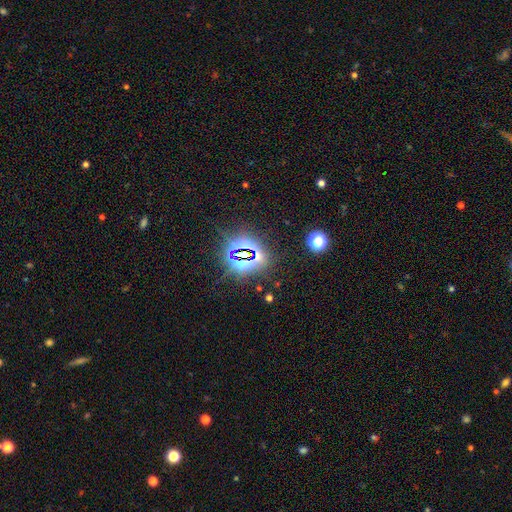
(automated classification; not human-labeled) This appears to be a star or artifact, not a galaxy (78%).